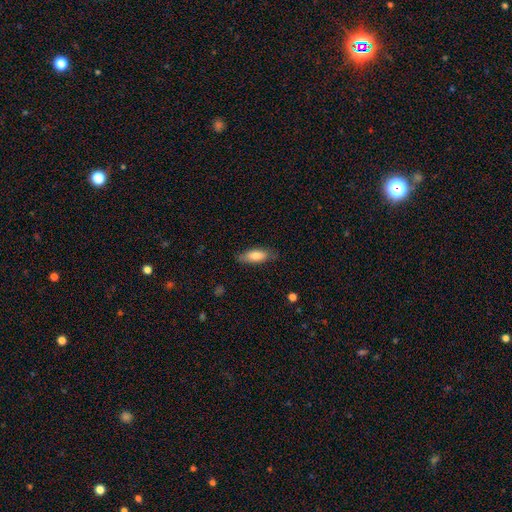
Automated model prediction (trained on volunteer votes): Overall: smooth (81%). How rounded: in between (71%). Merging: none (80%).